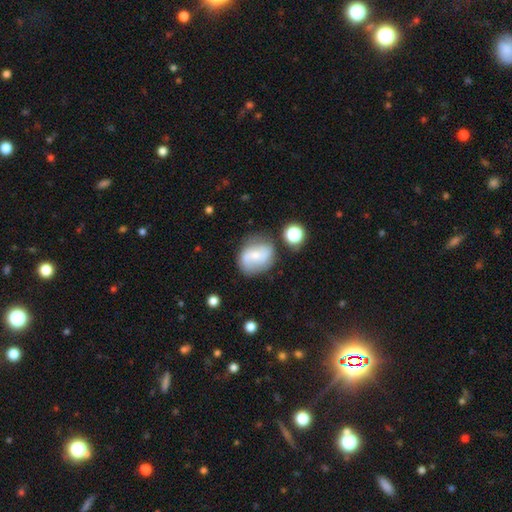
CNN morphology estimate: smooth_or_featured: featured or disk (p=0.46) [alt: smooth p=0.45]
merging: none (p=0.63) [alt: minor disturbance p=0.21]